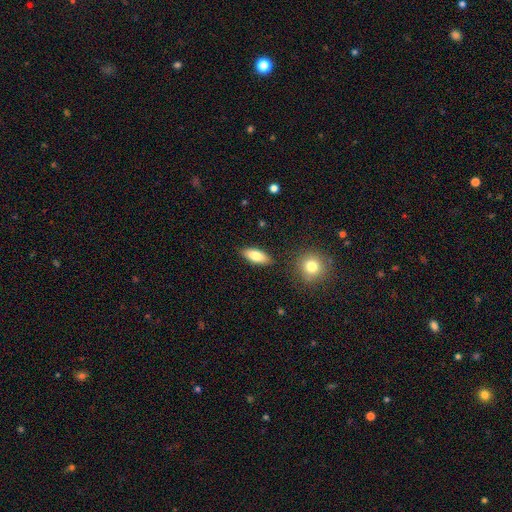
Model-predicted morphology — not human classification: Smooth or featured: smooth — 79% (featured or disk — 14%)
How rounded: in between — 79% (cigar-shaped — 19%)
Merging: none — 86% (minor disturbance — 9%)